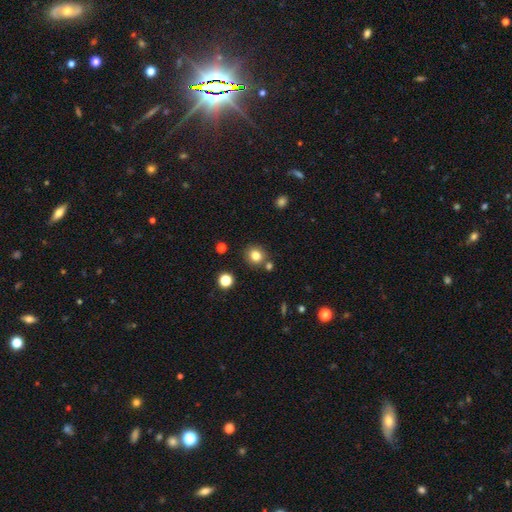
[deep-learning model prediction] Overall: smooth (80%). How rounded: round (85%). Merging: none (81%).